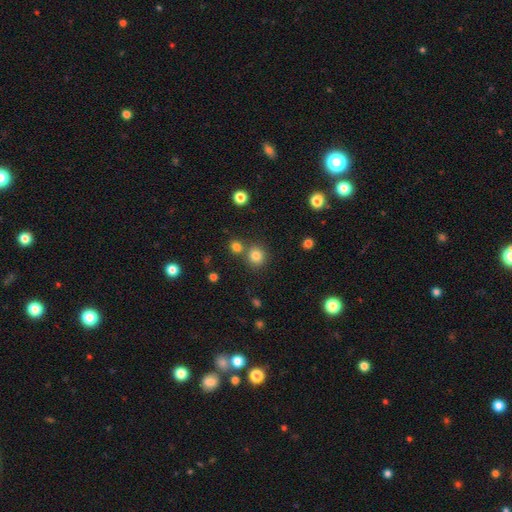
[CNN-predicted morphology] smooth_or_featured: smooth (p=0.80) [alt: star or artifact p=0.14]
how_rounded: round (p=0.90) [alt: in between p=0.09]
merging: none (p=0.74) [alt: merger p=0.16]